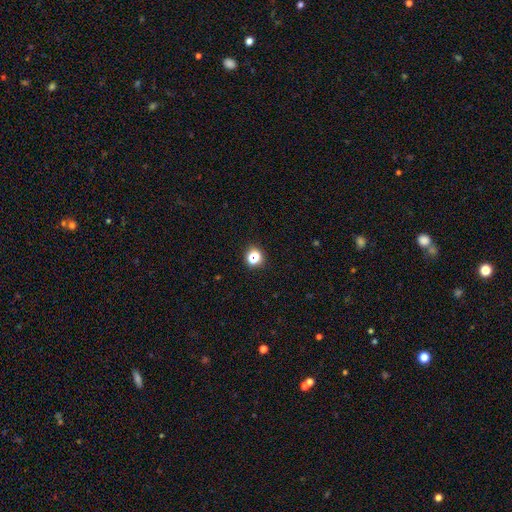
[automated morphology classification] Overall: smooth (57%; star or artifact 35%). How rounded: round (86%). Merging: none (78%).